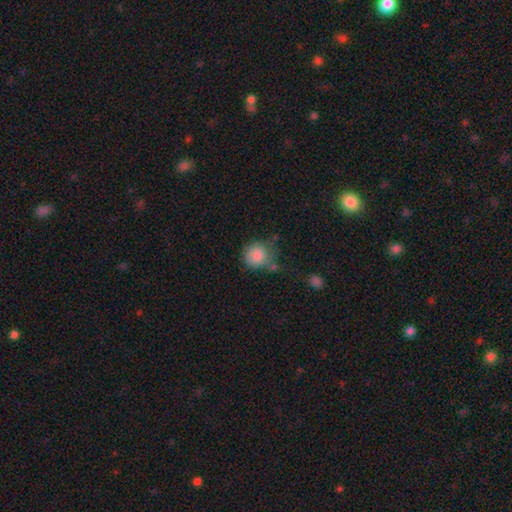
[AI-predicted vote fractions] Smooth or featured? Predicted: smooth (p=0.86). How rounded? Predicted: round (p=0.88). Merging? Predicted: none (p=0.63).